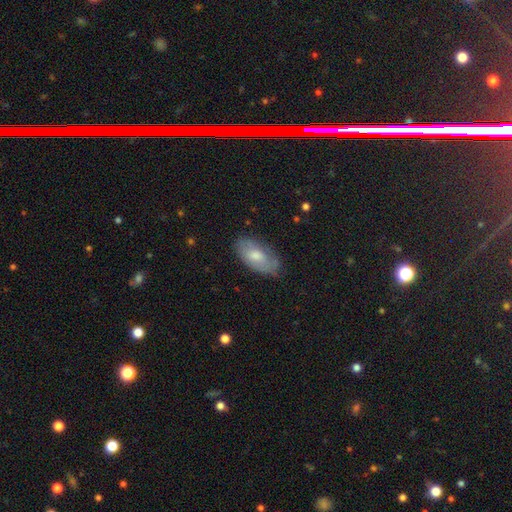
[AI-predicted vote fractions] This is likely a smooth galaxy (64%). How rounded: clearly in between (93%). Merging: likely none (70%).